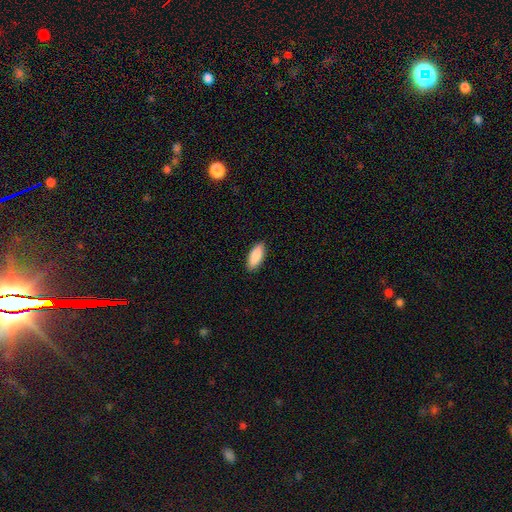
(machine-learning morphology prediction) Smooth or featured? smooth (89%)
How rounded? in between (81%)
Merging? none (88%)